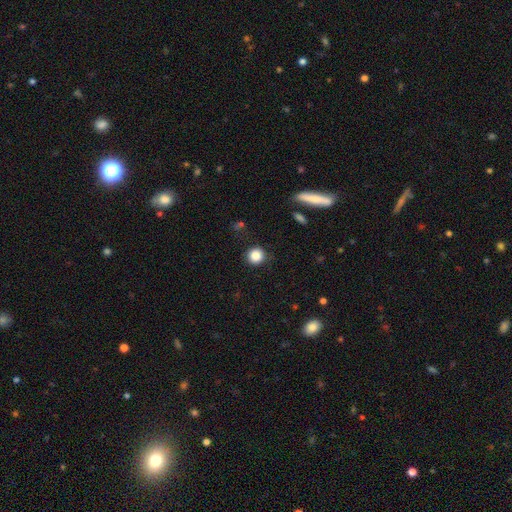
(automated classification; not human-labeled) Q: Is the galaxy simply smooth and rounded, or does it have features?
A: smooth — 86%.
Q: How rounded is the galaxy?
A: round — 90%.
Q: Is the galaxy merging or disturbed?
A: none — 86%.